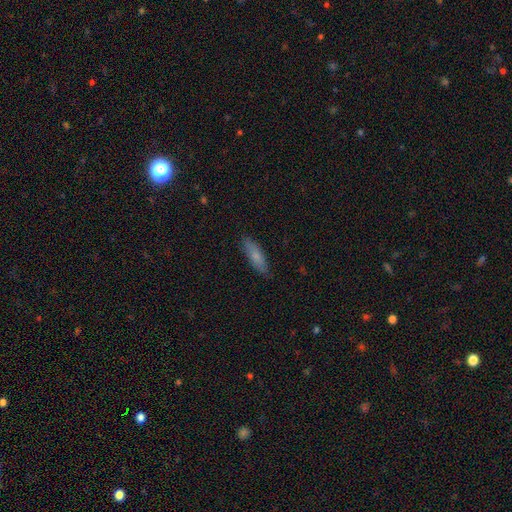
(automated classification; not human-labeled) A smooth galaxy with no disk features (74%) that is cigar-shaped (57%).

Vote fractions:
- Smooth or featured? smooth: 74% / featured or disk: 19% / star or artifact: 6%
- How rounded? cigar-shaped: 57% / in between: 41% / round: 2%
- Merging? none: 86% / minor disturbance: 11% / major disturbance: 2% / merger: 1%